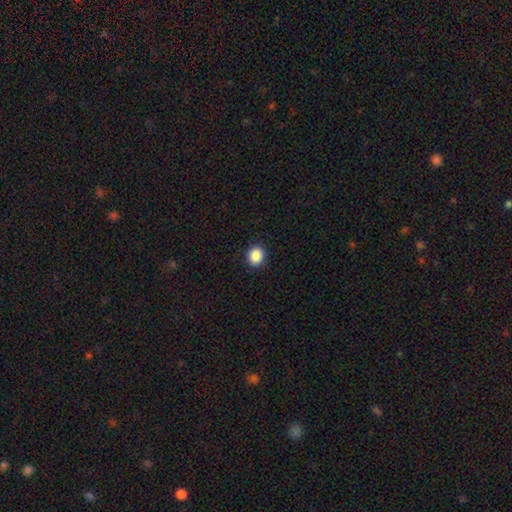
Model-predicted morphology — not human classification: Q: Smooth or featured?
A: smooth (88%); runner-up: star or artifact (9%)
Q: How rounded?
A: round (77%); runner-up: in between (22%)
Q: Merging?
A: none (90%); runner-up: minor disturbance (7%)